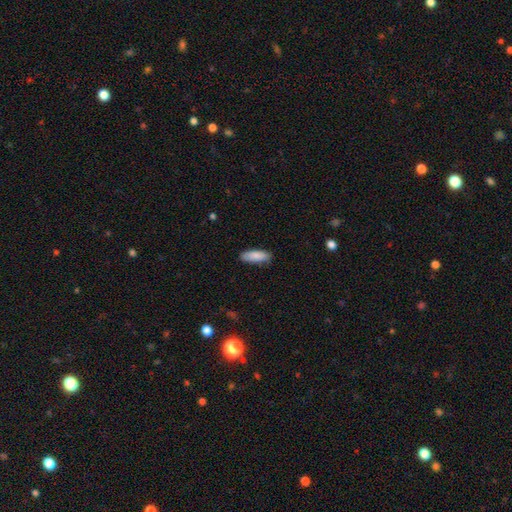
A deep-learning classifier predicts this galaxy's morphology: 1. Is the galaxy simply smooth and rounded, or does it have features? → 87% smooth, 7% featured or disk, 6% star or artifact.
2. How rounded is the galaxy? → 66% in between, 32% cigar-shaped, 2% round.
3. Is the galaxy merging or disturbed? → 83% none, 14% minor disturbance, 2% major disturbance, 1% merger.